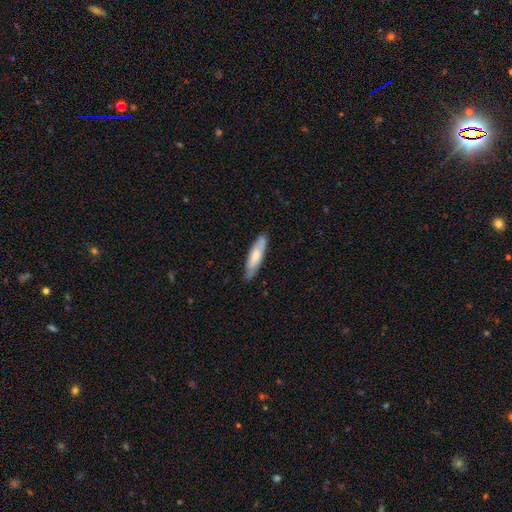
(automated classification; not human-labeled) Overall: smooth (61%; featured or disk 33%). How rounded: cigar-shaped (67%; in between 32%). Merging: none (78%).